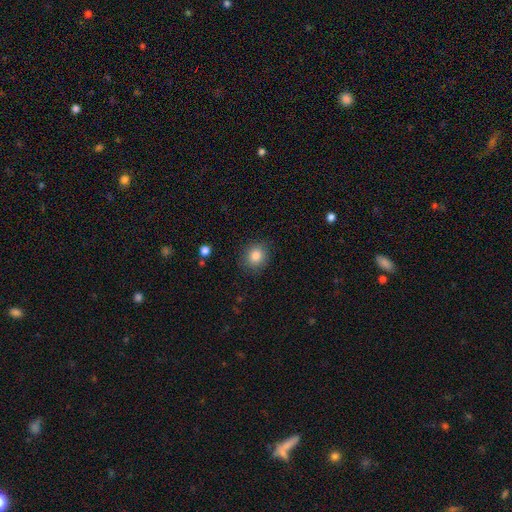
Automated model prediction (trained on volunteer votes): This appears to be a smooth galaxy with no disk features (84%) that is round (80%). Merging: none (87%).